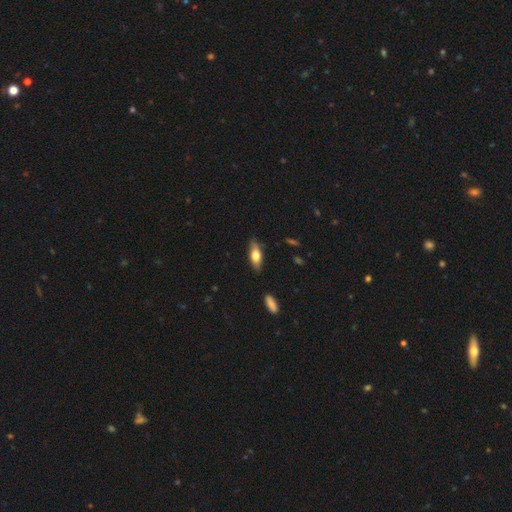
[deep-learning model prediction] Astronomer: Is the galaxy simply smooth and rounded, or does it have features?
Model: smooth — 65%.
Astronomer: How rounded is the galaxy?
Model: in between — 66%.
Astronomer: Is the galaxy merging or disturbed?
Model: none — 82%.